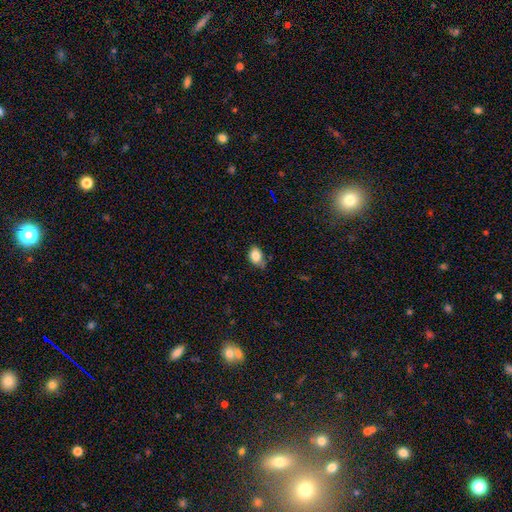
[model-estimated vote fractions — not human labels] Q: Smooth or featured?
A: smooth (82%); runner-up: star or artifact (9%)
Q: How rounded?
A: in between (72%); runner-up: round (26%)
Q: Merging?
A: none (52%); runner-up: minor disturbance (36%)